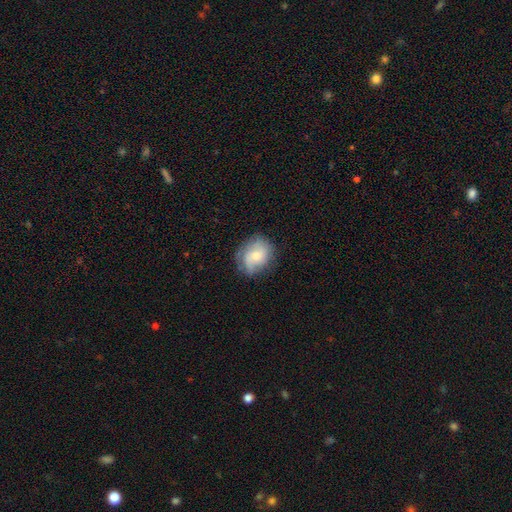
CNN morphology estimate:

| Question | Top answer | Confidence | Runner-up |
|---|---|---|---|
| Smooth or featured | smooth | 55% | featured or disk (38%) |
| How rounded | round | 58% | in between (41%) |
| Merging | none | 68% | minor disturbance (23%) |